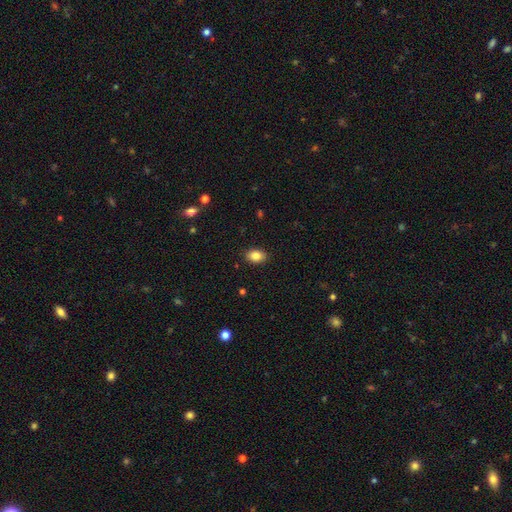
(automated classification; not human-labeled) Morphology: type=smooth (86%); roundness=in between (84%); merging=none (89%).